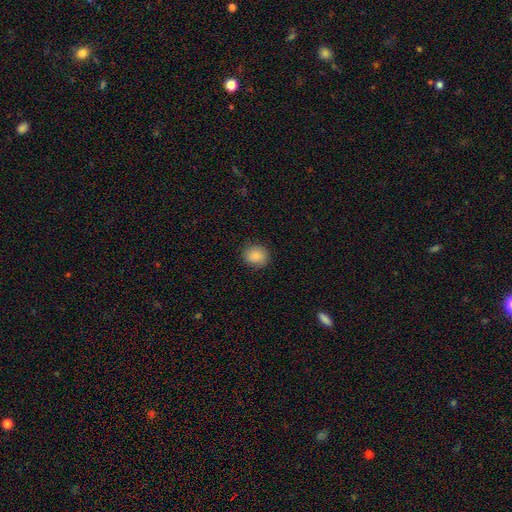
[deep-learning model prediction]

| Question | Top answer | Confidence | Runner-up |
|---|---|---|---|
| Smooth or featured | smooth | 84% | star or artifact (9%) |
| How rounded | round | 74% | in between (25%) |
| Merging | none | 87% | minor disturbance (9%) |